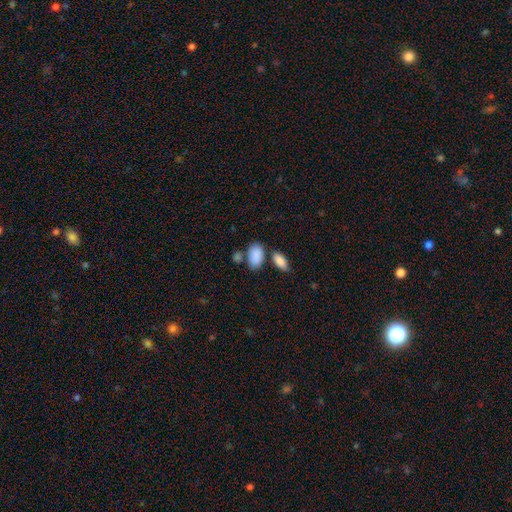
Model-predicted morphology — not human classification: Smooth or featured? smooth (88%)
How rounded? in between (92%)
Merging? none (61%)